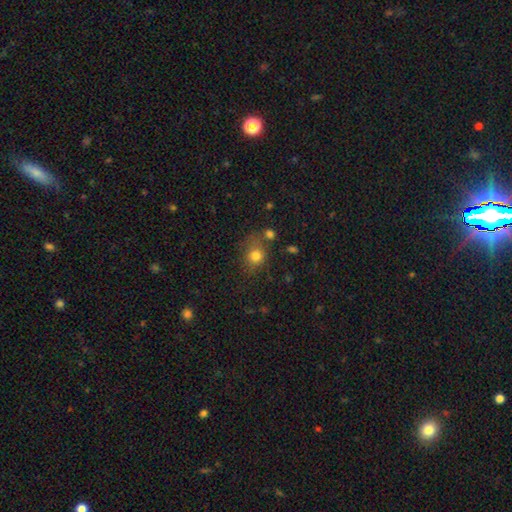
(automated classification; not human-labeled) Morphology: type=smooth (78%); roundness=round (72%); merging=none (64%).